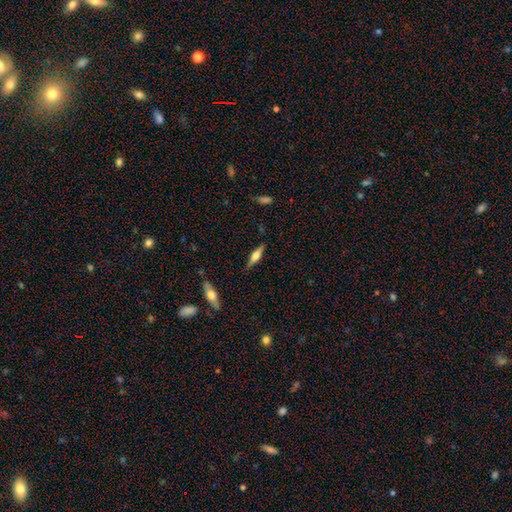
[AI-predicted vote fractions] This appears to be a featured or disk galaxy (54%) viewed edge-on (94%) with a rounded central bulge (87%). Merging: none (85%).